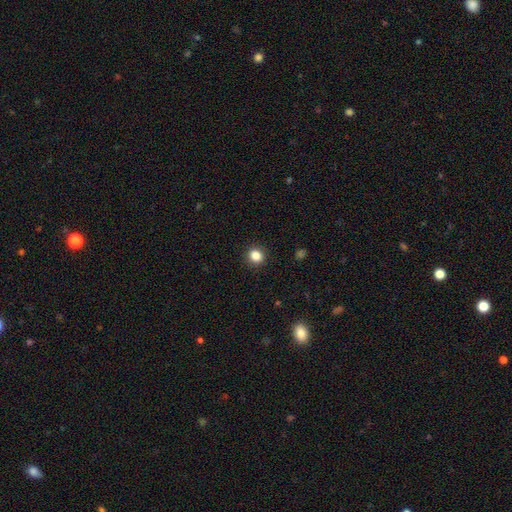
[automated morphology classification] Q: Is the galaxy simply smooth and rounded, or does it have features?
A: smooth — 85%.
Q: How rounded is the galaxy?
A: round — 84%.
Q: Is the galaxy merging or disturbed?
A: none — 91%.